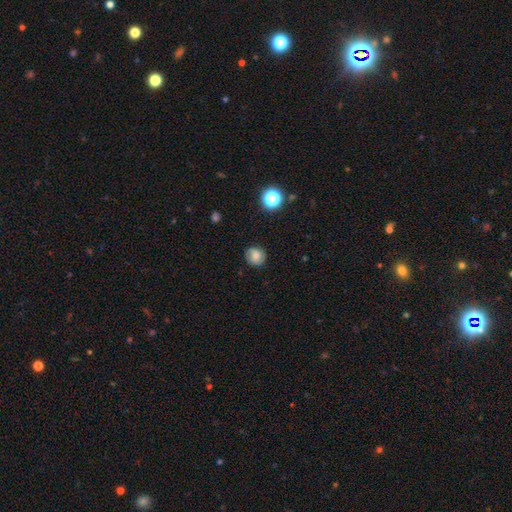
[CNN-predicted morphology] Q: Smooth or featured?
A: smooth (62%); runner-up: featured or disk (26%)
Q: How rounded?
A: round (81%); runner-up: in between (18%)
Q: Merging?
A: none (80%); runner-up: minor disturbance (14%)